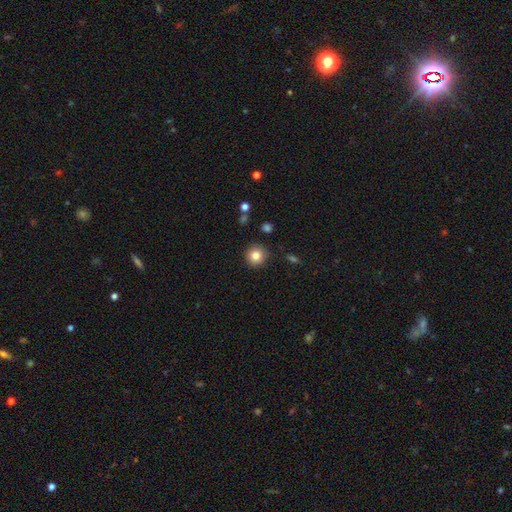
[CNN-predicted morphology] Smooth or featured? smooth (83%)
How rounded? round (93%)
Merging? none (89%)